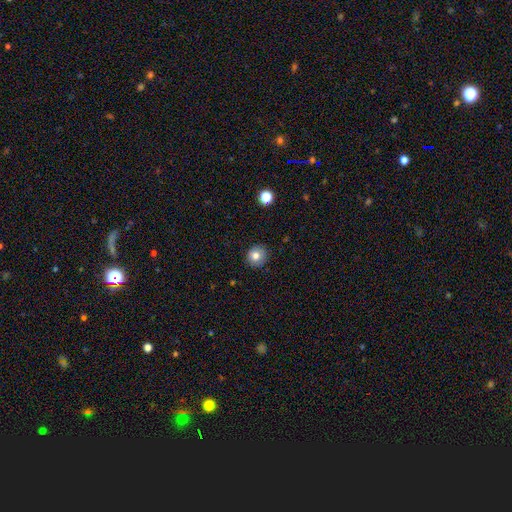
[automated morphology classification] Q: Smooth or featured?
A: smooth (79%); runner-up: star or artifact (10%)
Q: How rounded?
A: round (89%); runner-up: in between (10%)
Q: Merging?
A: none (90%); runner-up: minor disturbance (8%)